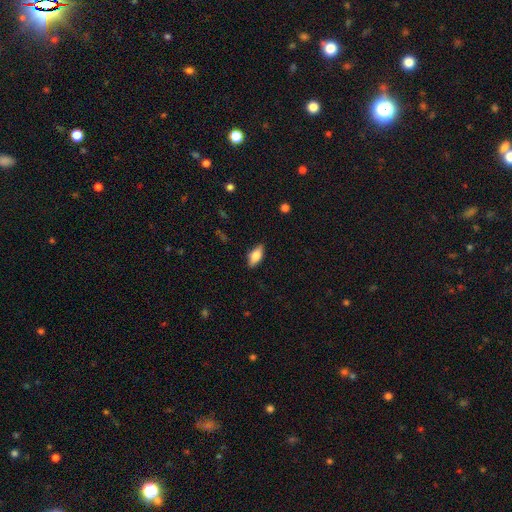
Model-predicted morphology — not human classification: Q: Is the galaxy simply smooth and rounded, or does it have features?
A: smooth — 72%.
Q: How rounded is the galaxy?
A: in between — 83%.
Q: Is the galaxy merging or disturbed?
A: none — 85%.